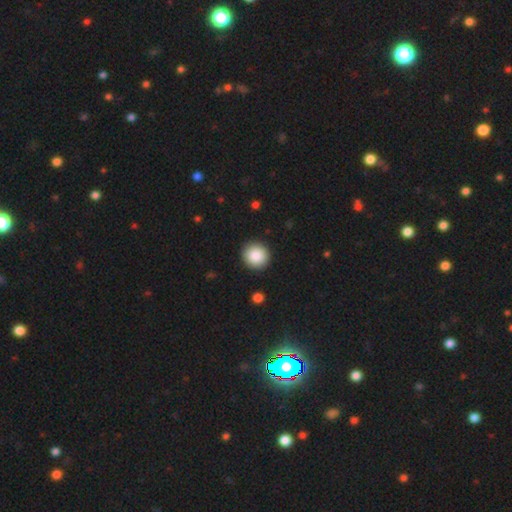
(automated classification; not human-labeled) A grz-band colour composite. It shows a smooth galaxy with no disk features (88%) that is round (93%). Merging: none (92%).